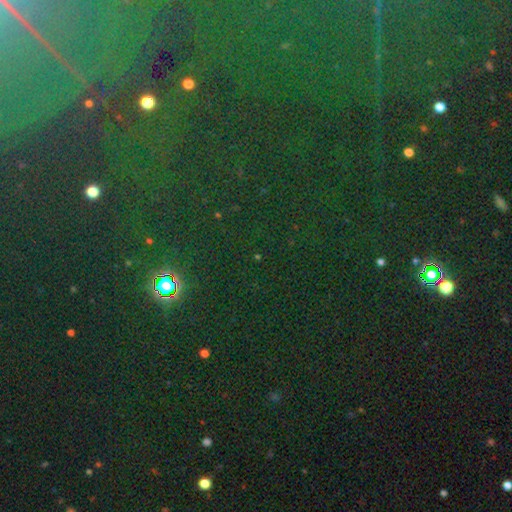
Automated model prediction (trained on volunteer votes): smooth_or_featured: star or artifact (p=0.79) [alt: smooth p=0.13]